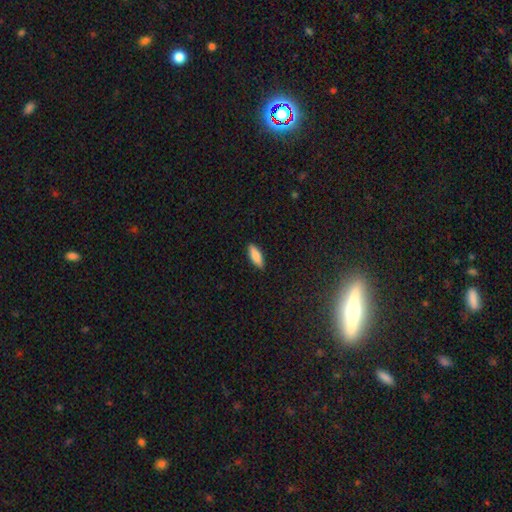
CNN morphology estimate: A smooth galaxy with no disk features (85%) that is in between round and cigar-shaped (66%). Merging: none (90%).